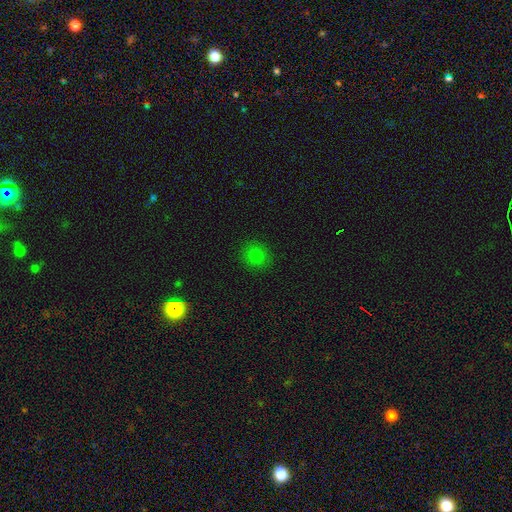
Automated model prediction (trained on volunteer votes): This appears to be a smooth galaxy with no disk features (79%) that is round (83%). Merging: none (87%).